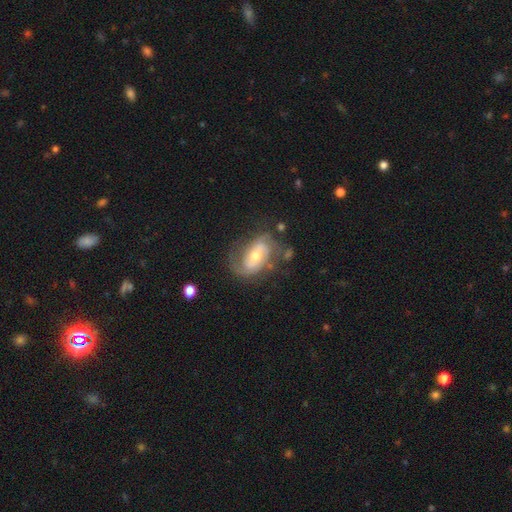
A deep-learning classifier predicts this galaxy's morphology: smooth-or-featured: featured or disk: 79% | smooth: 15% | star or artifact: 7%
  disk-edge-on: no: 96% | yes: 4%
    bar: no: 41% | weak: 39% | strong: 20%
    has-spiral-arms: yes: 90% | no: 10%
      spiral-winding: medium: 43% | tight: 32% | loose: 25%
      spiral-arm-count: 2: 65% | can't tell: 17% | 1: 7% | 3: 7% | 4: 2% | more than 4: 2%
    bulge-size: moderate: 61% | small: 31% | large: 6% | none: 1% | dominant: 1%
  merging: none: 58% | minor disturbance: 21% | major disturbance: 16% | merger: 4%